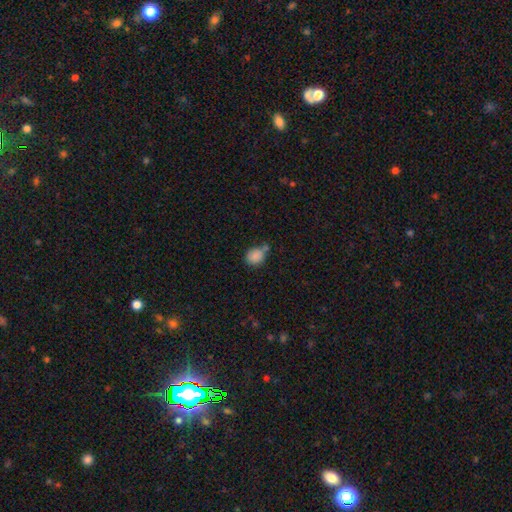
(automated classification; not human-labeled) This is clearly a smooth galaxy (85%). How rounded: likely round (64%). Merging: possibly none (50%).